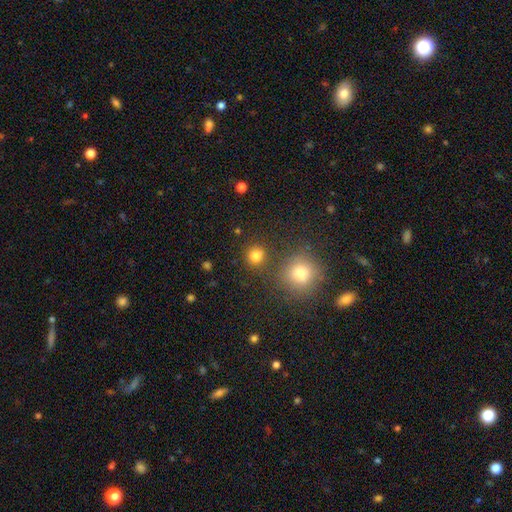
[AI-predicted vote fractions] Smooth or featured? smooth (81%)
How rounded? round (89%)
Merging? none (79%)